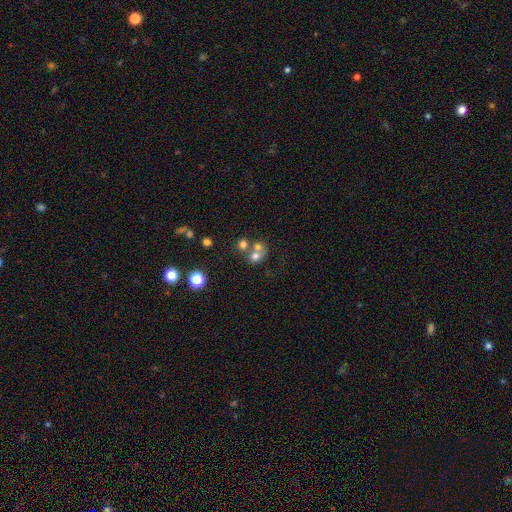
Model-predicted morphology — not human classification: Smooth or featured? Predicted: smooth (p=0.64). How rounded? Predicted: round (p=0.75). Merging? Predicted: merger (p=0.54).